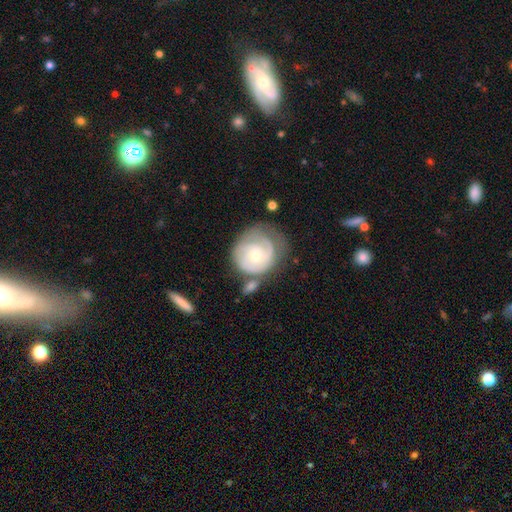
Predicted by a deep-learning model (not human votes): Smooth or featured? featured or disk (70%)
Edge-on disk? no (97%)
Bar? no (78%)
Spiral arms? yes (84%)
Spiral winding? tight (66%)
Spiral arm count? can't tell (32%)
Bulge size? small (50%)
Merging? none (48%)